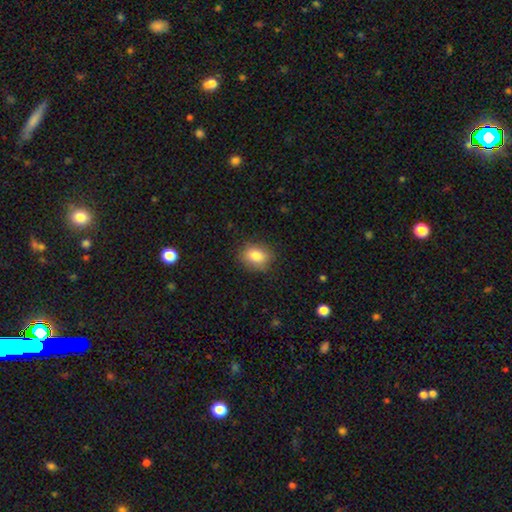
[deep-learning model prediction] Smooth or featured? smooth (84%)
How rounded? in between (62%)
Merging? none (84%)